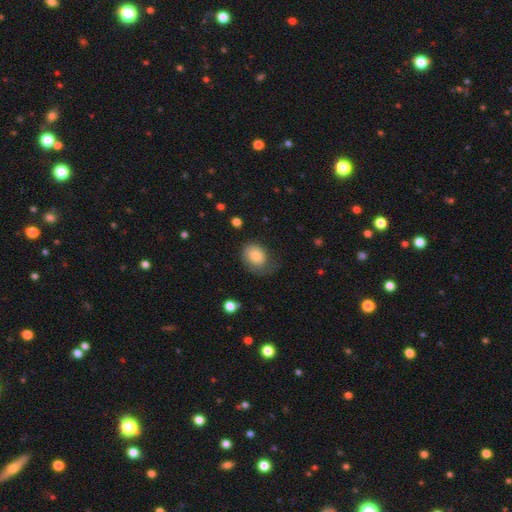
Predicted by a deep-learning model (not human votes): This appears to be a smooth galaxy with no disk features (80%) that is in between round and cigar-shaped (63%). Merging: none (46%).